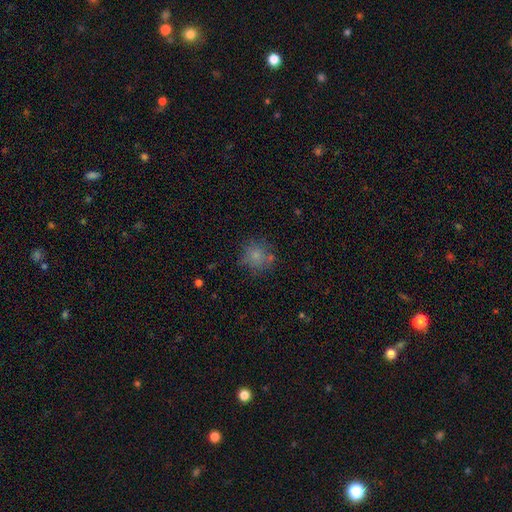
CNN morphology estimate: smooth-or-featured: smooth: 77% | star or artifact: 13% | featured or disk: 10%
  how-rounded: round: 89% | in between: 10% | cigar-shaped: 1%
  merging: none: 72% | minor disturbance: 16% | merger: 6% | major disturbance: 6%